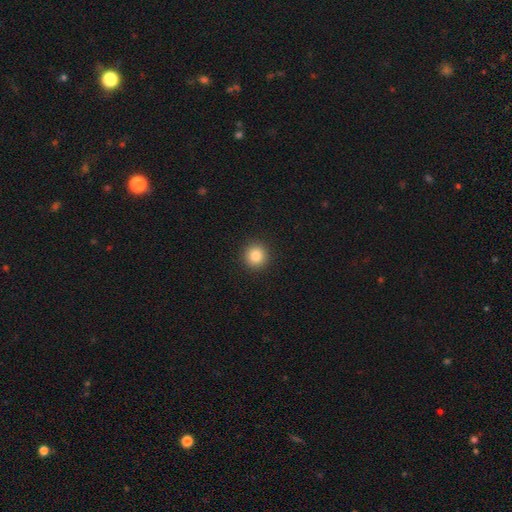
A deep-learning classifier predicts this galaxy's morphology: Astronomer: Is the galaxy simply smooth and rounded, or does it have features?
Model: smooth — 85%.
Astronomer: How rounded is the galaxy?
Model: round — 93%.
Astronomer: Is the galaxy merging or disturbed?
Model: none — 92%.